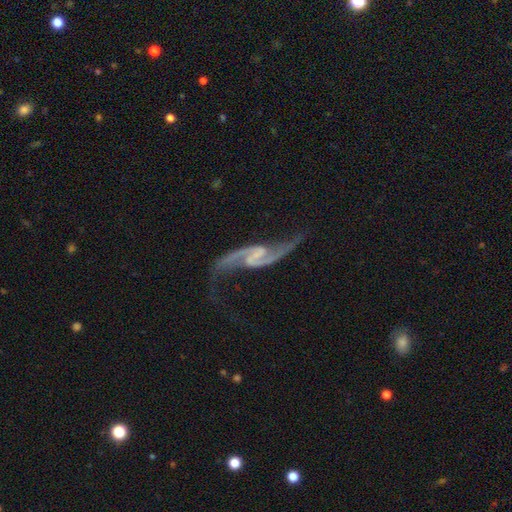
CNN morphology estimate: This is clearly a featured or disk galaxy (92%). It is clearly not viewed edge-on (96%). Bar: possibly weak (46%). Spiral arm pattern: clearly yes (98%). Spiral arm count: clearly 2 (94%). Spiral winding: likely loose (72%). Central bulge: marginally small (45%). Merging: likely none (66%).